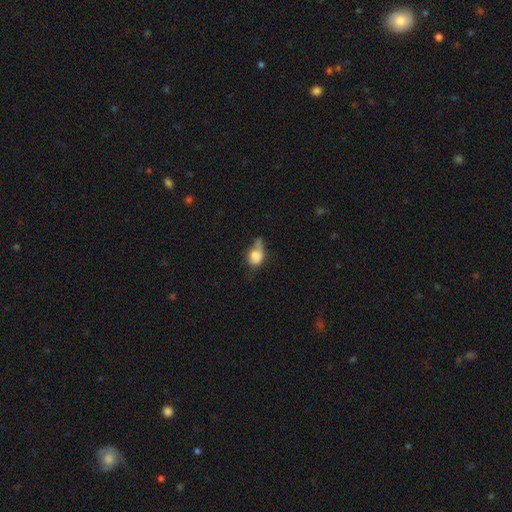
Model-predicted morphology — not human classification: Smooth or featured? Predicted: smooth (p=0.74). How rounded? Predicted: in between (p=0.71). Merging? Predicted: minor disturbance (p=0.36).